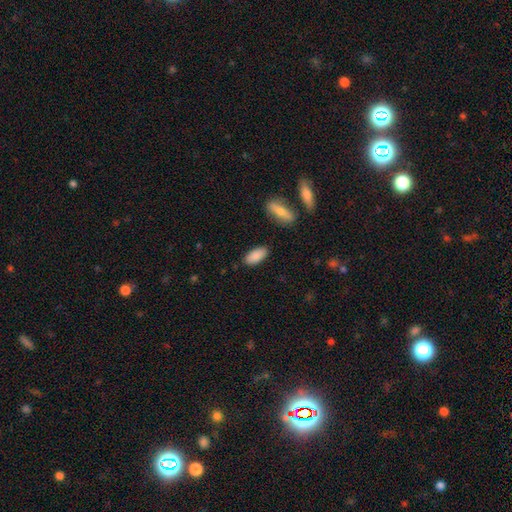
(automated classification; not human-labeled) Smooth or featured? smooth (88%)
How rounded? in between (90%)
Merging? none (85%)